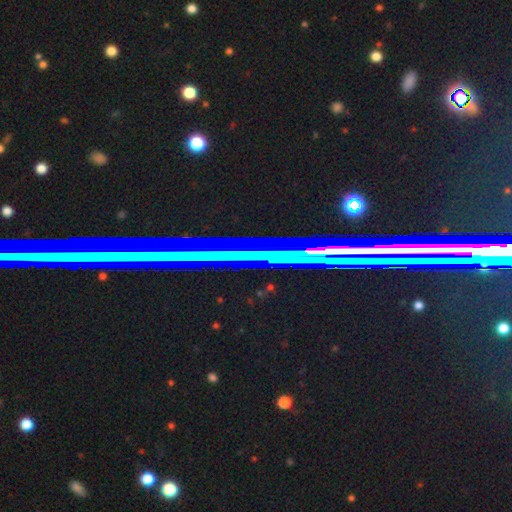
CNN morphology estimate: This is likely a star or artifact rather than a galaxy (73%).